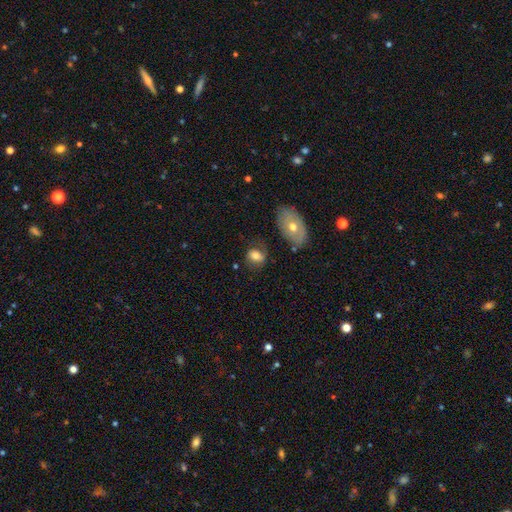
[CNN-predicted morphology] type=smooth (67%); roundness=in between (62%); merging=none (60%).